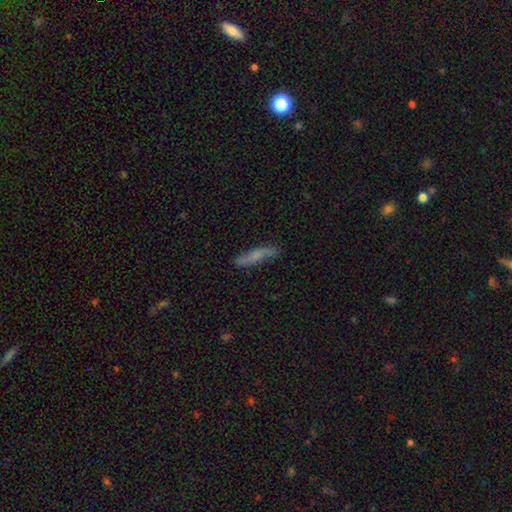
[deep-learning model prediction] The model was most divided on "smooth or featured": smooth: 53%, featured or disk: 39%, star or artifact: 8%. More confident: how rounded — cigar-shaped (81%); merging — none (75%).